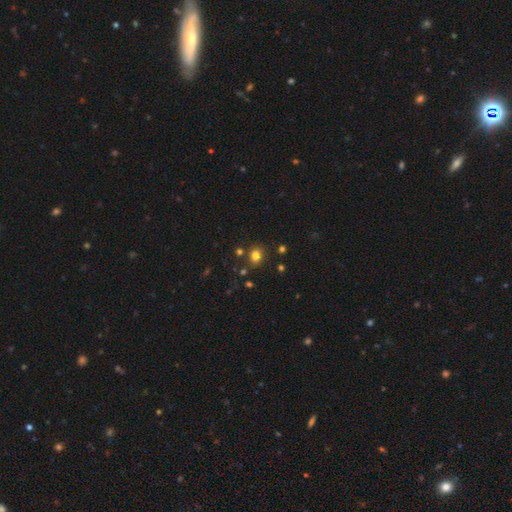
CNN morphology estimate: The model was most divided on "how rounded": round: 70%, in between: 30%, cigar-shaped: 1%. More confident: merging — none (82%); smooth or featured — smooth (78%).